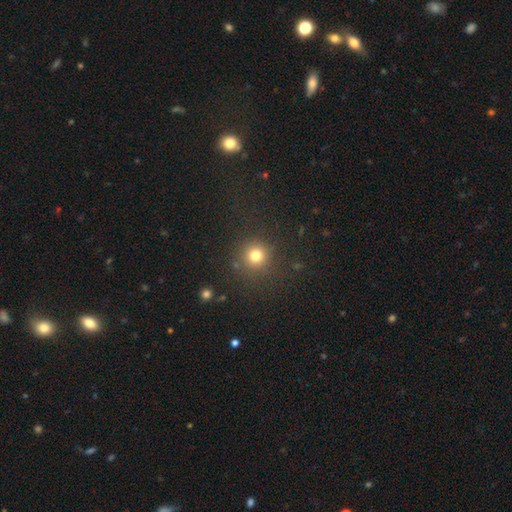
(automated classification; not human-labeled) Smooth or featured? smooth (78%)
How rounded? round (94%)
Merging? none (86%)